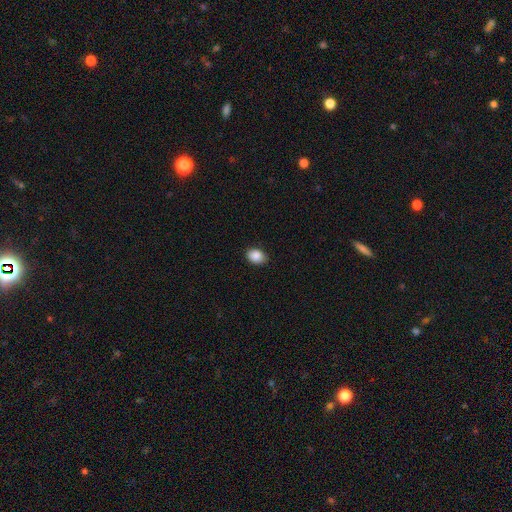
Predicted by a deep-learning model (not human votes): Smooth or featured? Predicted: smooth (p=0.89). How rounded? Predicted: in between (p=0.71). Merging? Predicted: none (p=0.88).